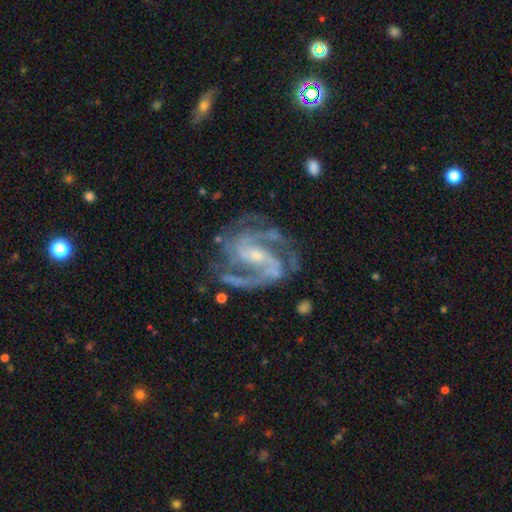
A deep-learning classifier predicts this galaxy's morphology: type=featured or disk (93%); edge-on=no (98%); bar=weak (43%); spiral arms=yes (98%); winding=medium (58%); arm count=2 (61%); bulge=small (67%); merging=none (70%).